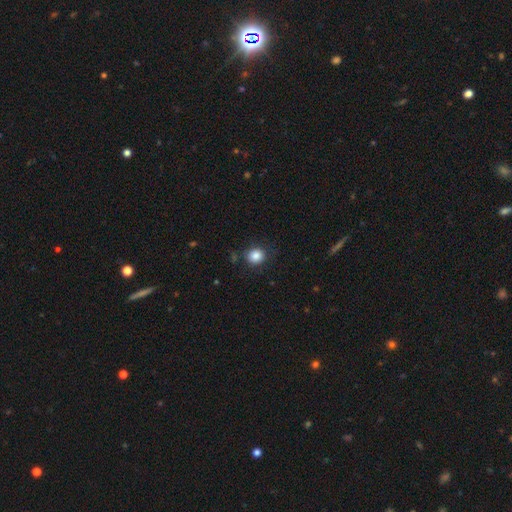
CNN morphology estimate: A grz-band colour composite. It shows a smooth galaxy with no disk features (85%) that is round (79%). Merging: none (83%).